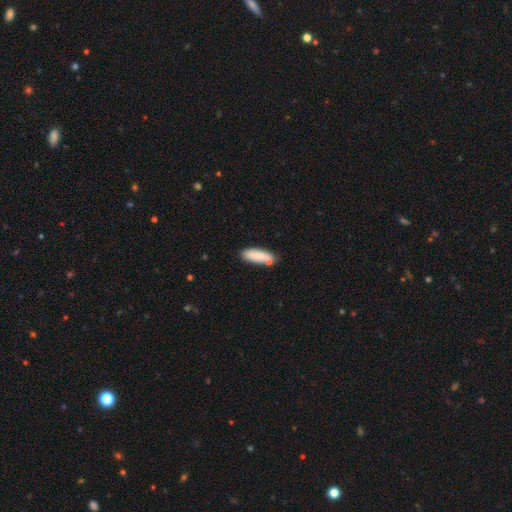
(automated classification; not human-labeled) Morphology: type=smooth (81%); roundness=in between (57%); merging=none (70%).